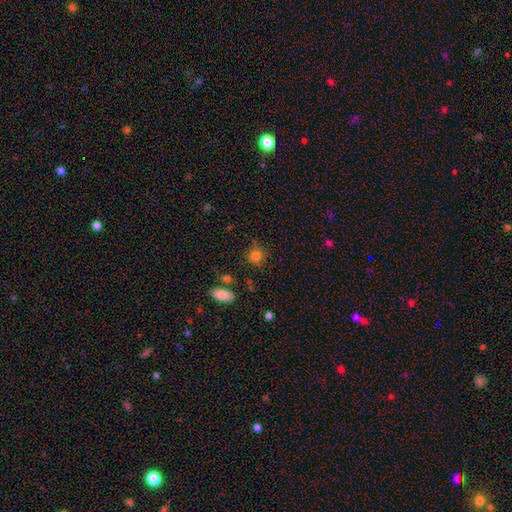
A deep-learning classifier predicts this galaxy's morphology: smooth-or-featured: smooth: 82% | star or artifact: 12% | featured or disk: 6%
  how-rounded: round: 86% | in between: 13% | cigar-shaped: 1%
  merging: none: 76% | minor disturbance: 15% | major disturbance: 5% | merger: 5%